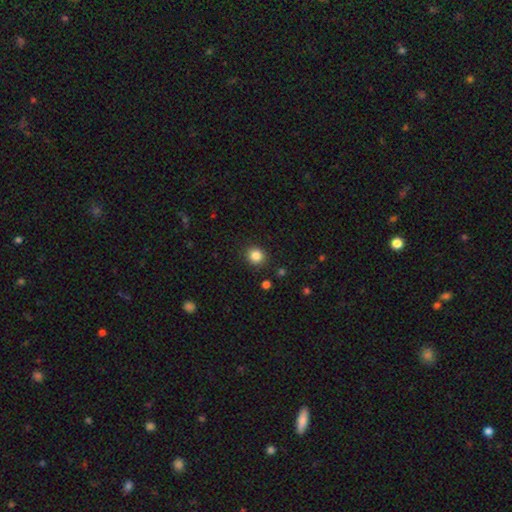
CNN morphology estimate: smooth 85%, star or artifact 11%, featured or disk 4%. Down the decision tree: how rounded — round (88%); merging — none (90%).